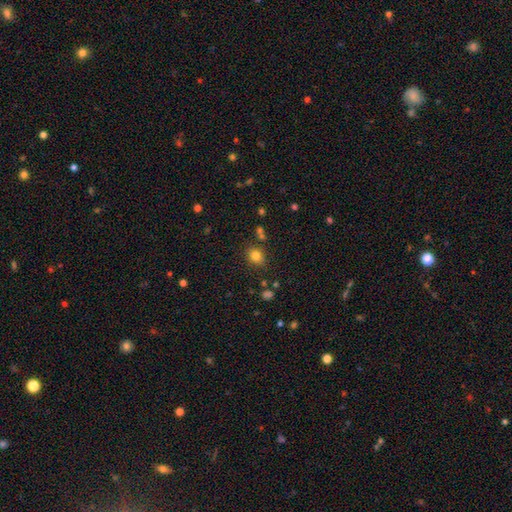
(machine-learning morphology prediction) smooth 80%, star or artifact 13%, featured or disk 7%. Down the decision tree: how rounded — round (59%); merging — none (78%).